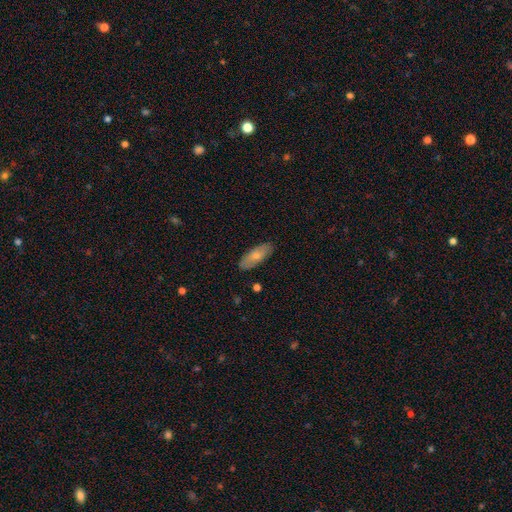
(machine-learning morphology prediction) Smooth or featured? smooth (73%)
How rounded? in between (77%)
Merging? none (87%)